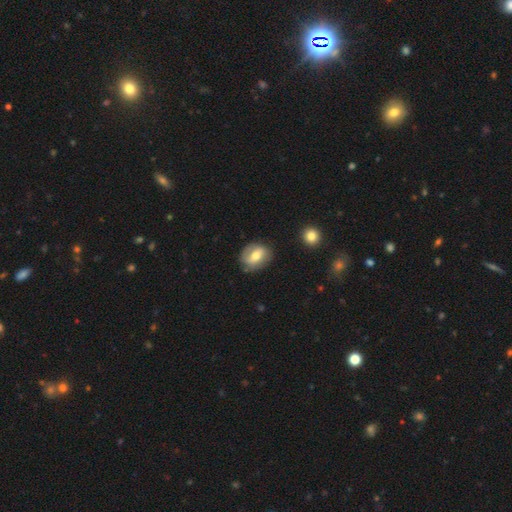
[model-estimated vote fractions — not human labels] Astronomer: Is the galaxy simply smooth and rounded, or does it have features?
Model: smooth — 53% (runner-up: featured or disk, 40%).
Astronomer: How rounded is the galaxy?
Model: in between — 52% (runner-up: round, 46%).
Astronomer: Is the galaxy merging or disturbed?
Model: none — 74%.